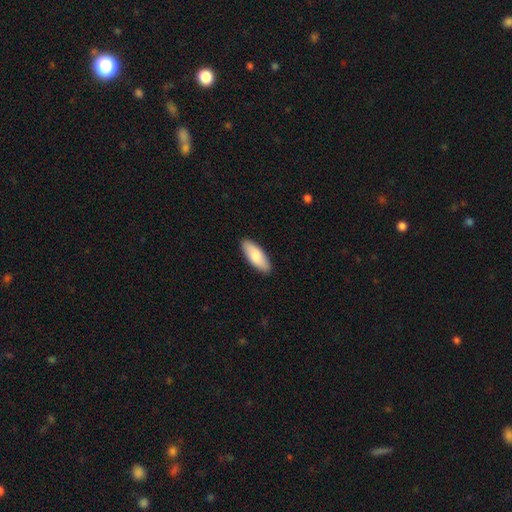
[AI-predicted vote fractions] Smooth or featured? smooth (82%)
How rounded? in between (76%)
Merging? none (90%)